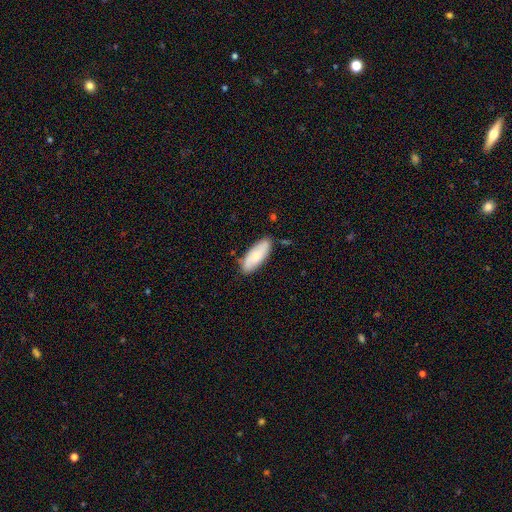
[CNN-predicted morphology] A smooth galaxy with no disk features (76%) that is in between round and cigar-shaped (74%). Merging: none (80%).